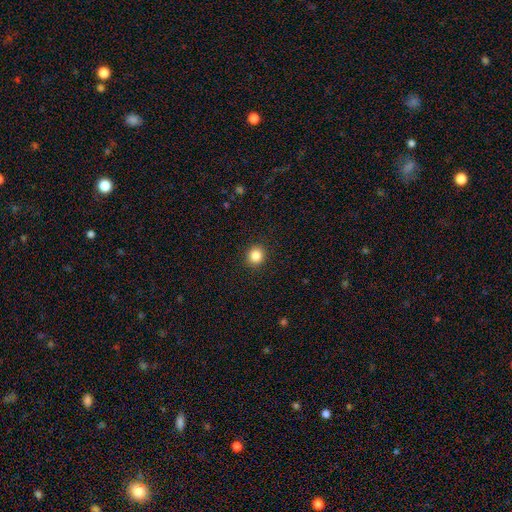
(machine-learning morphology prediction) type=smooth (85%); roundness=round (88%); merging=none (92%).